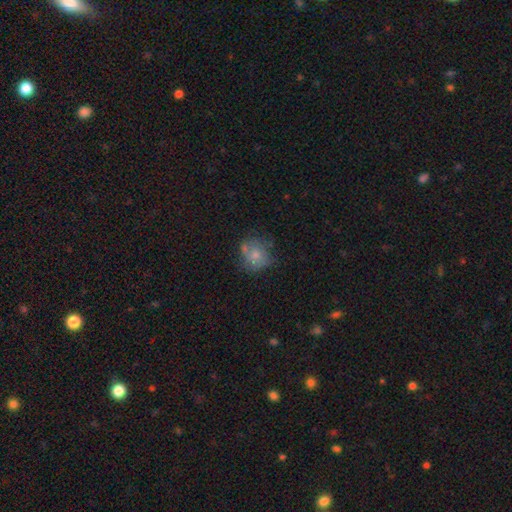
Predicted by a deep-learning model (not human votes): Smooth or featured: smooth — 61% (featured or disk — 29%)
How rounded: round — 71% (in between — 28%)
Merging: none — 49% (minor disturbance — 26%)